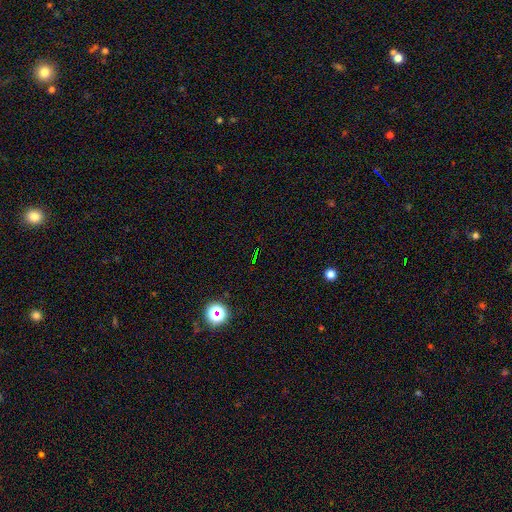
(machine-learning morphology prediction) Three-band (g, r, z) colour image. It shows a star or artifact, not a galaxy (76%).